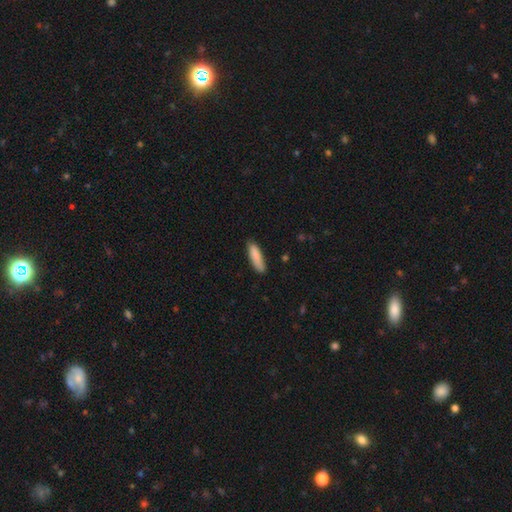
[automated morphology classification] type=smooth (87%); roundness=cigar-shaped (61%); merging=none (80%).